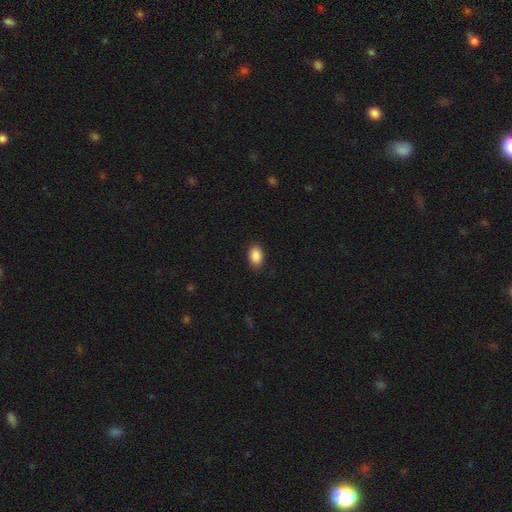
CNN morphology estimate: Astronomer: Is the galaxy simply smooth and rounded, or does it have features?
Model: smooth — 89%.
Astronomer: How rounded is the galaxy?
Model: in between — 85%.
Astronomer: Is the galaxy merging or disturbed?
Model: none — 88%.